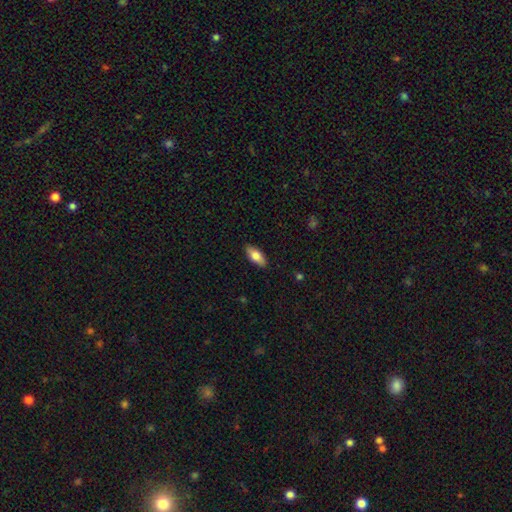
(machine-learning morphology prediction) The model was most divided on "smooth or featured": smooth: 75%, featured or disk: 19%, star or artifact: 6%. More confident: merging — none (88%); how rounded — in between (80%).